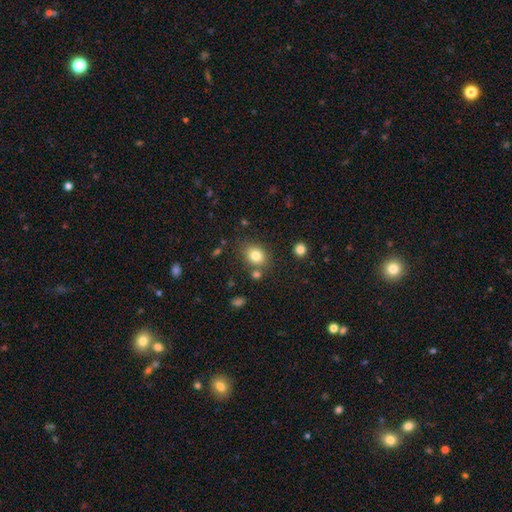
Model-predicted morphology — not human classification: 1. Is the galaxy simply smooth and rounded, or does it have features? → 82% smooth, 11% star or artifact, 8% featured or disk.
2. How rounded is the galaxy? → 53% in between, 46% round, 1% cigar-shaped.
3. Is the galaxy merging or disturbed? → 74% none, 13% minor disturbance, 9% merger, 4% major disturbance.